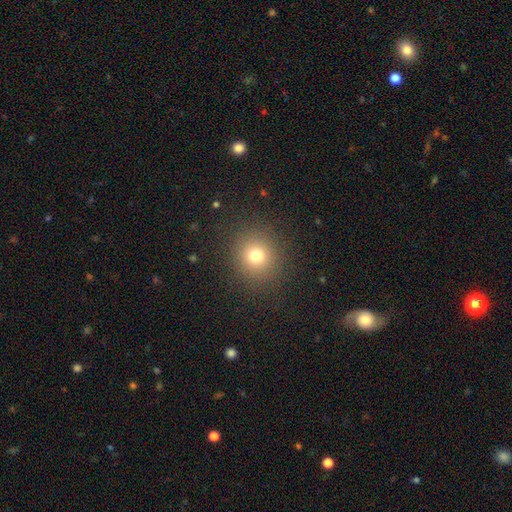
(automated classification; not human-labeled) A smooth galaxy with no disk features (75%) that is round (90%).

Vote fractions:
- Smooth or featured? smooth: 75% / star or artifact: 16% / featured or disk: 9%
- How rounded? round: 90% / in between: 9% / cigar-shaped: 1%
- Merging? none: 89% / minor disturbance: 7% / major disturbance: 4% / merger: 1%